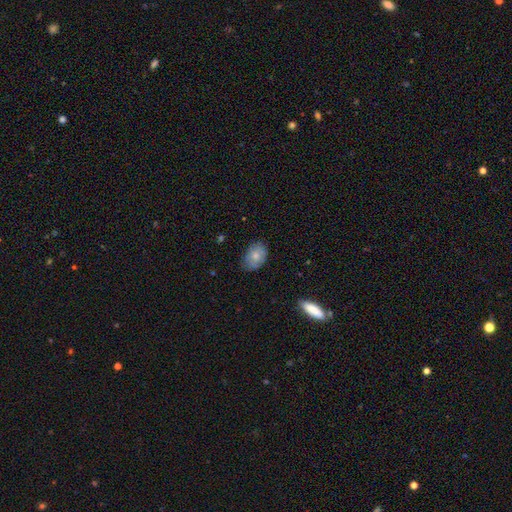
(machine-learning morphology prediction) Smooth or featured?
  - smooth: 70% *
  - featured or disk: 23%
  - star or artifact: 7%
How rounded?
  - in between: 81% *
  - round: 18%
  - cigar-shaped: 1%
Merging?
  - none: 68% *
  - minor disturbance: 26%
  - major disturbance: 5%
  - merger: 1%